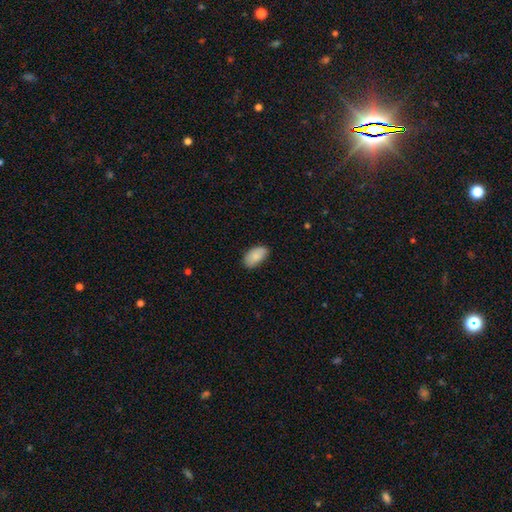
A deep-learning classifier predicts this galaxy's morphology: smooth-or-featured: smooth: 88% | star or artifact: 6% | featured or disk: 6%
  how-rounded: in between: 95% | round: 3% | cigar-shaped: 2%
  merging: none: 82% | minor disturbance: 15% | major disturbance: 2% | merger: 1%